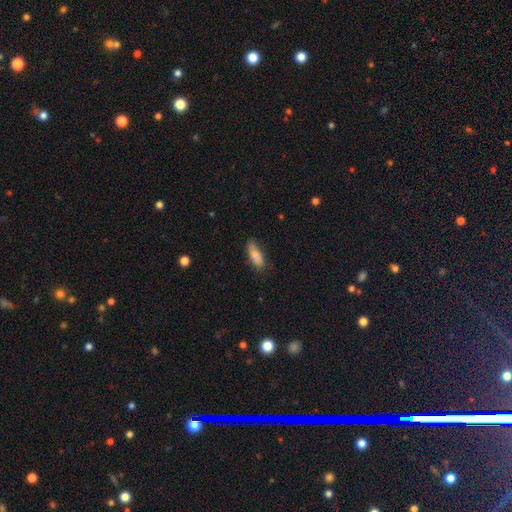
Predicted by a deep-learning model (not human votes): Smooth or featured?
  - smooth: 79% *
  - featured or disk: 14%
  - star or artifact: 7%
How rounded?
  - in between: 69% *
  - cigar-shaped: 29%
  - round: 2%
Merging?
  - none: 69% *
  - minor disturbance: 23%
  - major disturbance: 5%
  - merger: 2%